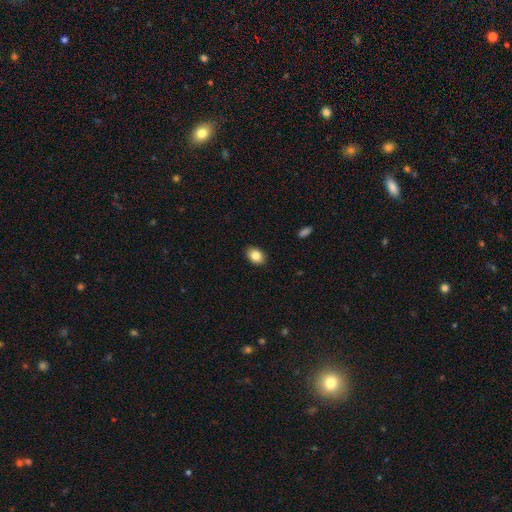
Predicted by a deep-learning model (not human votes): This appears to be a smooth galaxy with no disk features (84%) that is in between round and cigar-shaped (79%). Merging: none (89%).